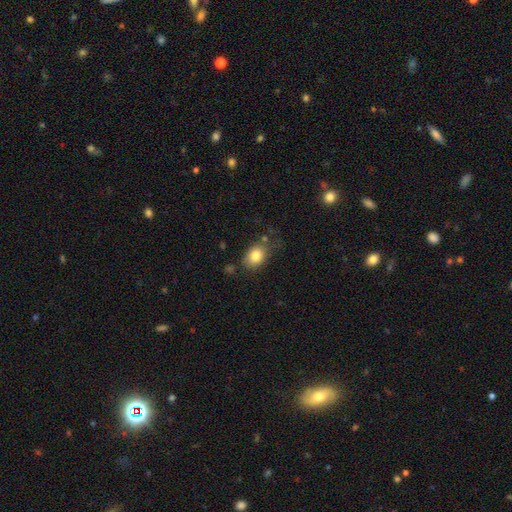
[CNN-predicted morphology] Smooth or featured? smooth (82%)
How rounded? in between (69%)
Merging? none (66%)